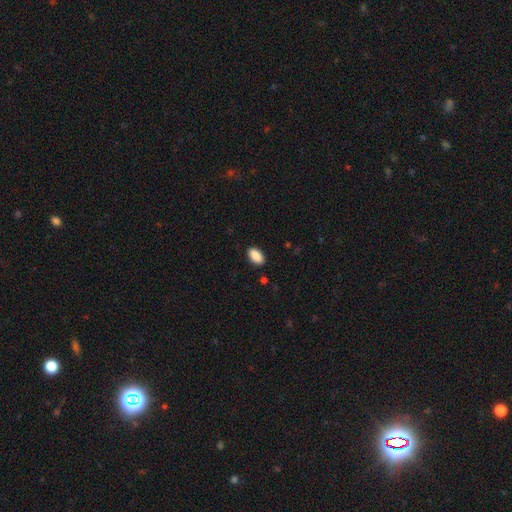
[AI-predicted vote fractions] Smooth or featured: smooth — 90% (star or artifact — 7%)
How rounded: in between — 94% (round — 3%)
Merging: none — 88% (minor disturbance — 9%)